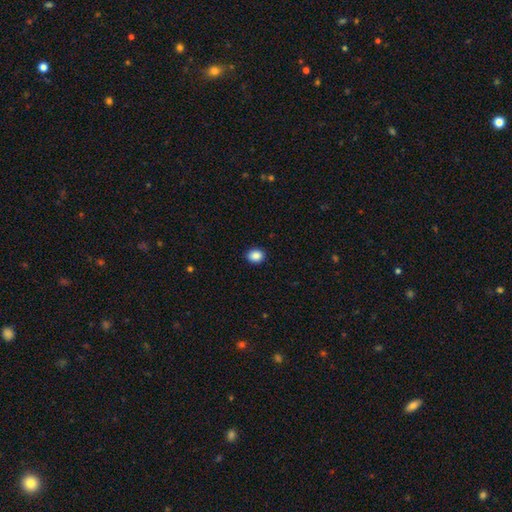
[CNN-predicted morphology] Smooth or featured? Predicted: smooth (p=0.89). How rounded? Predicted: round (p=0.61). Merging? Predicted: none (p=0.90).